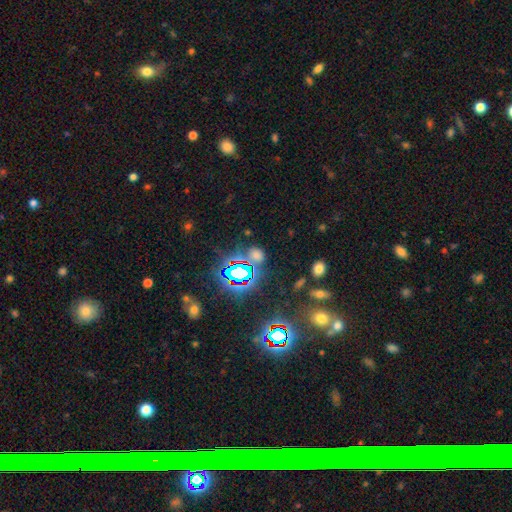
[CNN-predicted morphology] smooth_or_featured: star or artifact (p=0.51) [alt: smooth p=0.40]